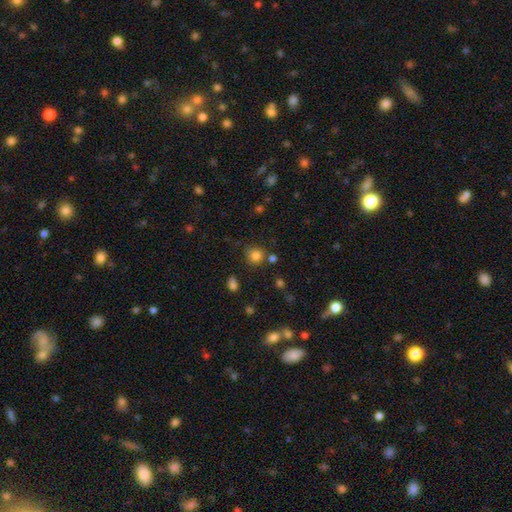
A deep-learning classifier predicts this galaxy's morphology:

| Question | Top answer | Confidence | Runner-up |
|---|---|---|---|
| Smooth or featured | smooth | 80% | star or artifact (14%) |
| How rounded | round | 86% | in between (13%) |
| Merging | none | 74% | minor disturbance (14%) |